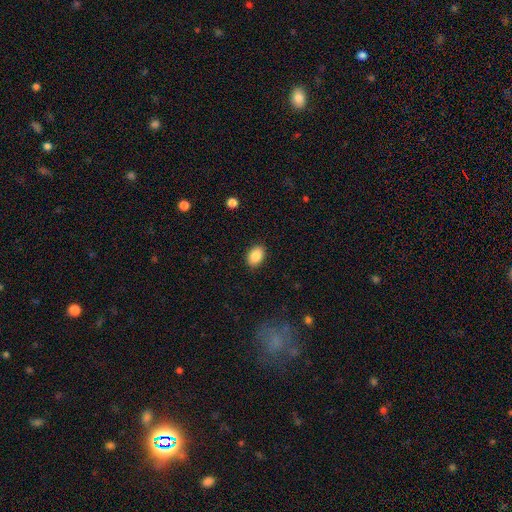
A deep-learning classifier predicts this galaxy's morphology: smooth 87%, star or artifact 8%, featured or disk 5%. Down the decision tree: how rounded — in between (84%); merging — none (88%).